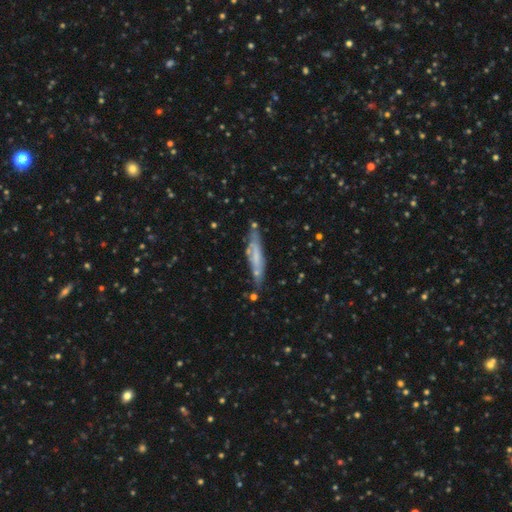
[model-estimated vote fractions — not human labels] Morphology: type=smooth (46%, tied with featured or disk); merging=none (62%).